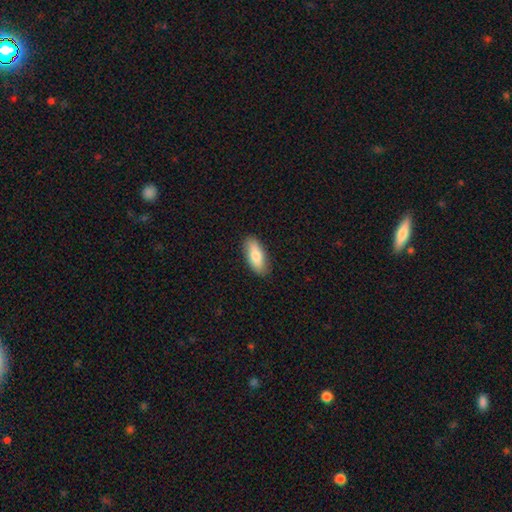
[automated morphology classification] This is clearly a smooth galaxy (80%). How rounded: likely in between (80%). Merging: clearly none (87%).